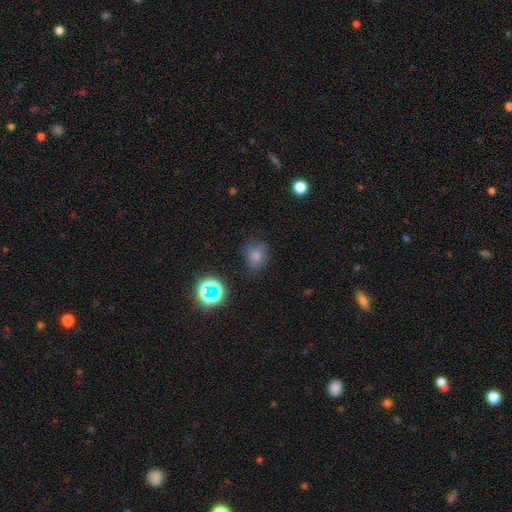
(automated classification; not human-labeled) smooth-or-featured: smooth: 70% | star or artifact: 20% | featured or disk: 10%
  how-rounded: in between: 50% | round: 49% | cigar-shaped: 1%
  merging: none: 68% | minor disturbance: 22% | major disturbance: 8% | merger: 2%